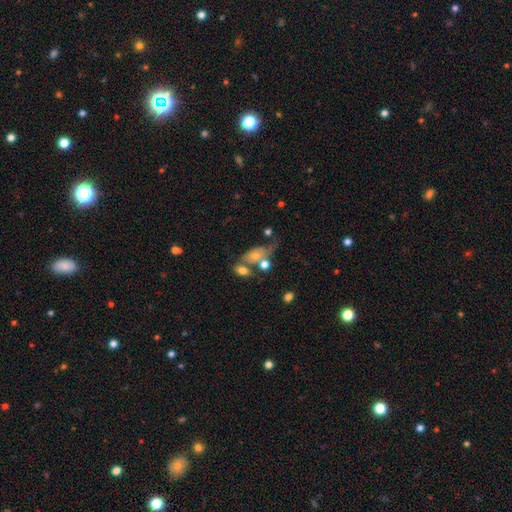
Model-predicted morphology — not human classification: The model was most divided on "merging": merger: 35%, none: 28%, minor disturbance: 19%, major disturbance: 19%. More confident: how rounded — in between (78%); smooth or featured — smooth (56%).